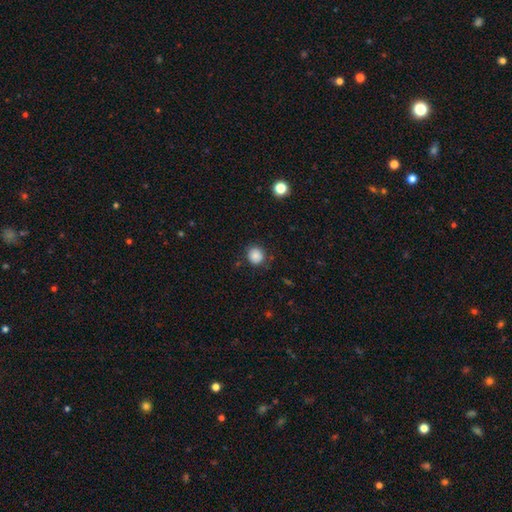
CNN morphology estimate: This is clearly a smooth galaxy (84%). How rounded: clearly round (87%). Merging: clearly none (82%).